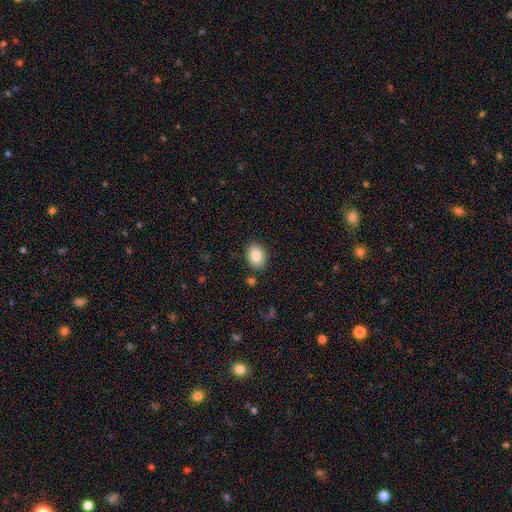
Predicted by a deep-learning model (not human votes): smooth_or_featured: smooth (p=0.85) [alt: star or artifact p=0.08]
how_rounded: in between (p=0.65) [alt: round p=0.34]
merging: none (p=0.85) [alt: minor disturbance p=0.10]